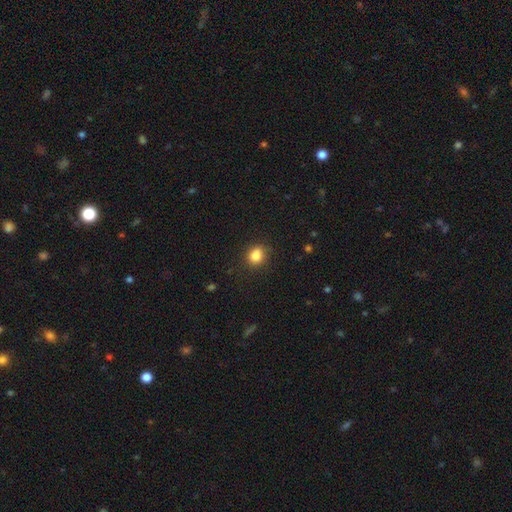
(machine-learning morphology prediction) Smooth or featured?
  - smooth: 83% *
  - star or artifact: 11%
  - featured or disk: 6%
How rounded?
  - round: 66% *
  - in between: 33%
  - cigar-shaped: 1%
Merging?
  - none: 77% *
  - minor disturbance: 16%
  - major disturbance: 4%
  - merger: 4%